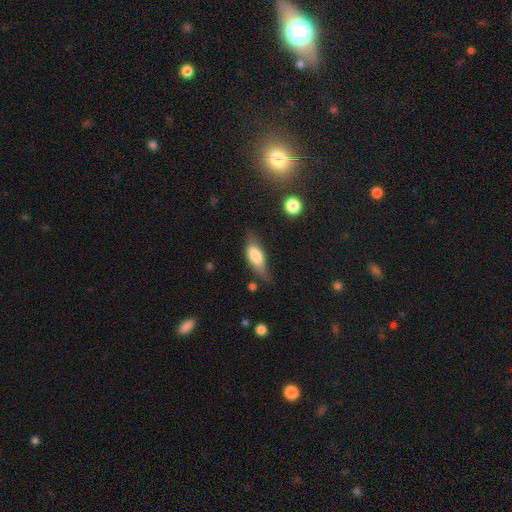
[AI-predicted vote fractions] smooth_or_featured: smooth (p=0.66) [alt: featured or disk p=0.27]
how_rounded: in between (p=0.75) [alt: cigar-shaped p=0.22]
merging: none (p=0.57) [alt: minor disturbance p=0.30]